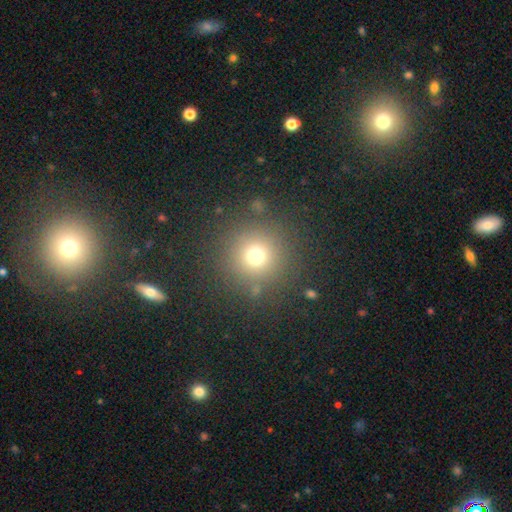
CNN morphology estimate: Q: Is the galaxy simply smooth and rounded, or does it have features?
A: smooth — 72%.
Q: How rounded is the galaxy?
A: round — 95%.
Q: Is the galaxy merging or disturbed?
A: none — 85%.